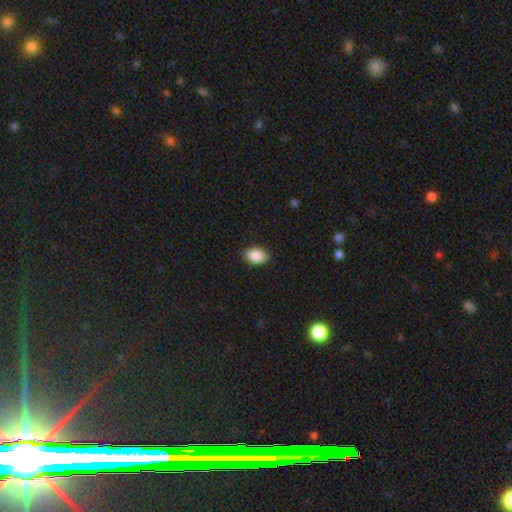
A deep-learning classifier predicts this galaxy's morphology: smooth 89%, star or artifact 7%, featured or disk 4%. Down the decision tree: how rounded — in between (86%); merging — none (87%).